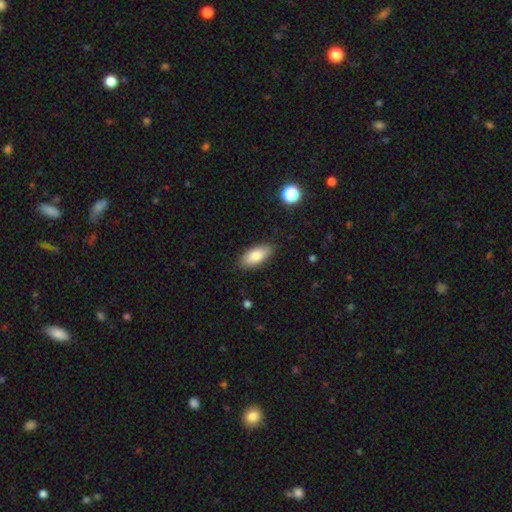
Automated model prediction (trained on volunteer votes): Overall: smooth (82%). How rounded: in between (87%). Merging: none (87%).